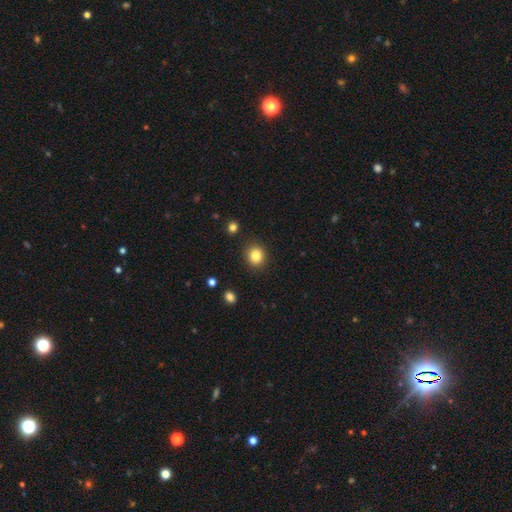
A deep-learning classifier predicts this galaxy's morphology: A smooth galaxy with no disk features (84%) that is round (80%).

Vote fractions:
- Smooth or featured? smooth: 84% / star or artifact: 10% / featured or disk: 5%
- How rounded? round: 80% / in between: 19% / cigar-shaped: 1%
- Merging? none: 89% / minor disturbance: 7% / major disturbance: 2% / merger: 2%